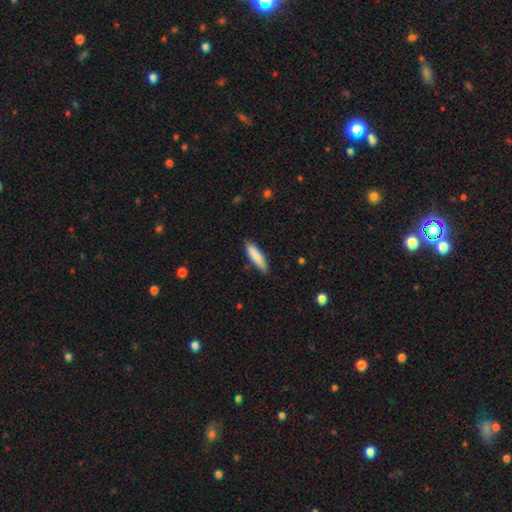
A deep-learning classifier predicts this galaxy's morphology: smooth-or-featured: smooth: 85% | featured or disk: 9% | star or artifact: 6%
  how-rounded: cigar-shaped: 71% | in between: 27% | round: 1%
  merging: none: 79% | minor disturbance: 17% | major disturbance: 2% | merger: 2%